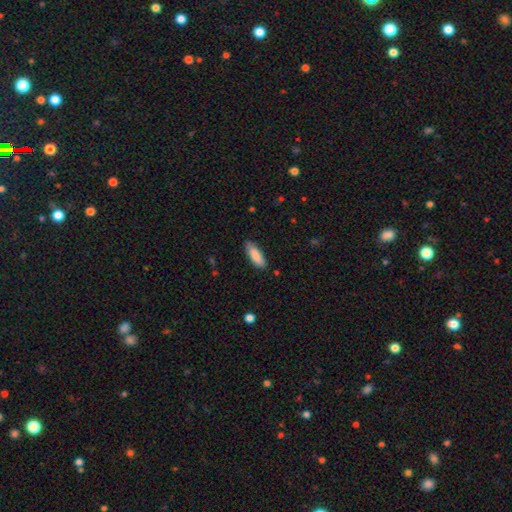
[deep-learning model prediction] Overall: smooth (86%). How rounded: in between (60%; cigar-shaped 39%). Merging: none (84%).